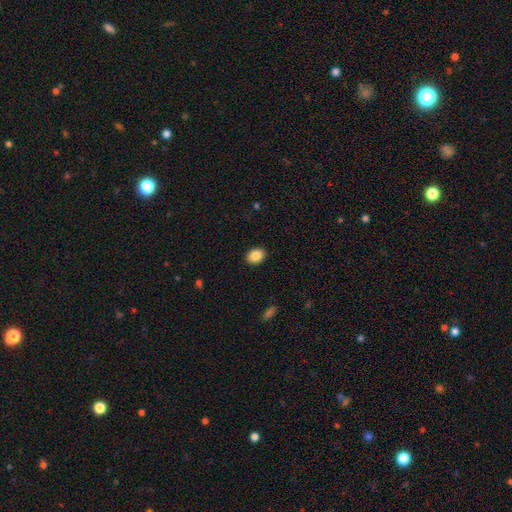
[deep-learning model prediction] smooth 86%, star or artifact 8%, featured or disk 5%. Down the decision tree: how rounded — in between (64%); merging — none (90%).